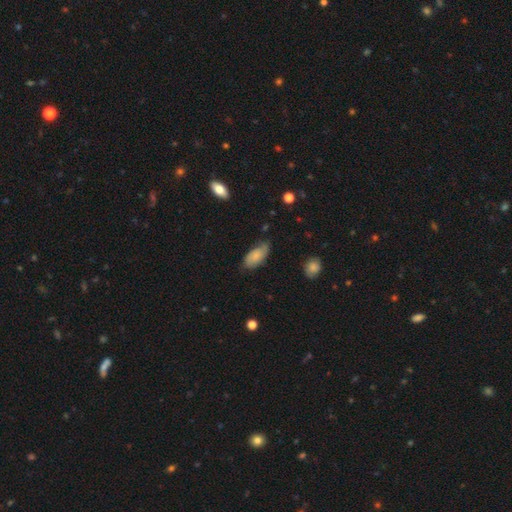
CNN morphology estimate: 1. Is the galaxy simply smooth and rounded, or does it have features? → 79% smooth, 14% featured or disk, 7% star or artifact.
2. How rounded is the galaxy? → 90% in between, 8% cigar-shaped, 2% round.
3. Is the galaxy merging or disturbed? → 59% none, 32% minor disturbance, 6% major disturbance, 2% merger.